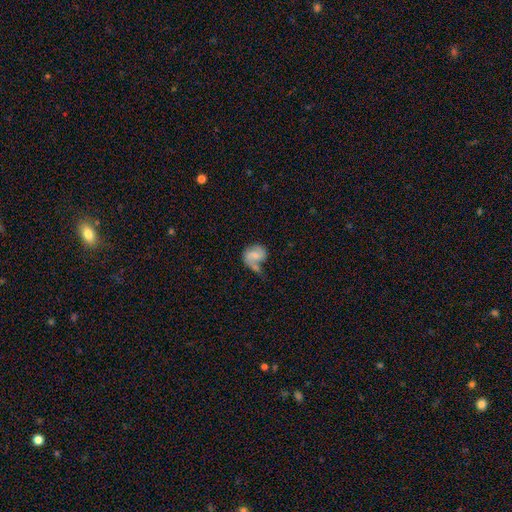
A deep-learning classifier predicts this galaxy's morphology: smooth-or-featured: featured or disk: 50% | smooth: 42% | star or artifact: 8%
  merging: none: 31% | major disturbance: 27% | minor disturbance: 25% | merger: 17%